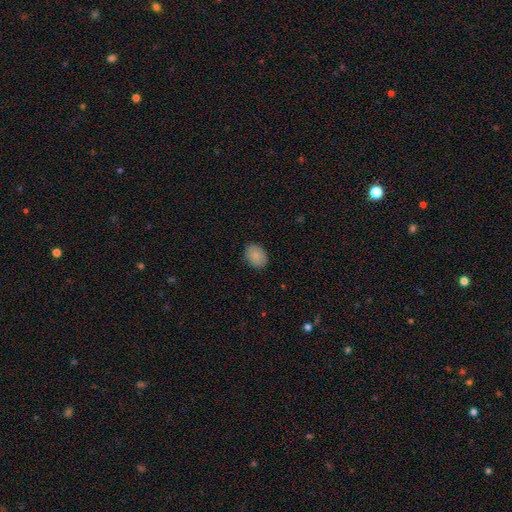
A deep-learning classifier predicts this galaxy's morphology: smooth_or_featured: smooth (p=0.87) [alt: star or artifact p=0.08]
how_rounded: in between (p=0.64) [alt: round p=0.35]
merging: none (p=0.84) [alt: minor disturbance p=0.13]